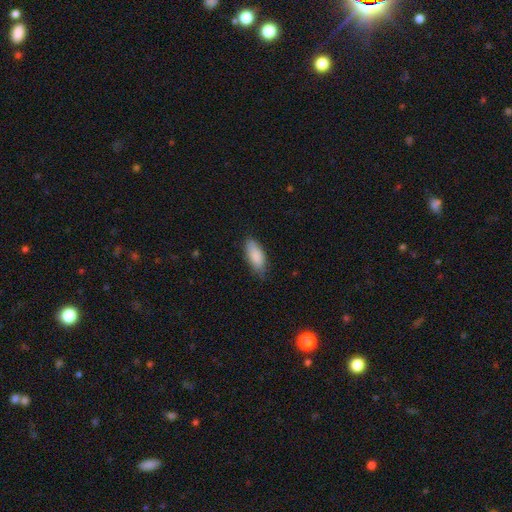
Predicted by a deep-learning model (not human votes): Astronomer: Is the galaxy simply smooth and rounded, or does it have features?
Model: smooth — 88%.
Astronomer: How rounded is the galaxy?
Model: in between — 82%.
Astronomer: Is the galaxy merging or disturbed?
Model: none — 74%.